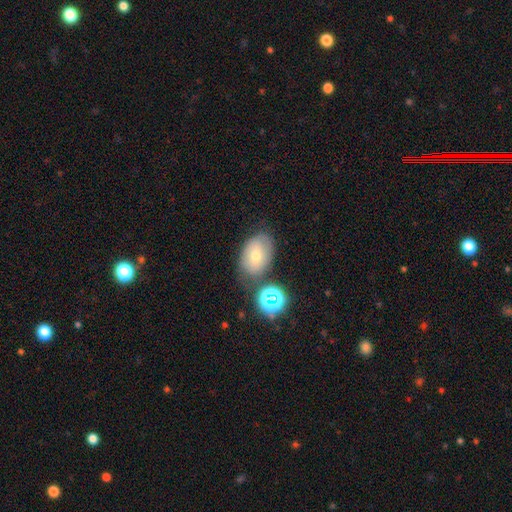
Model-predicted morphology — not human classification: smooth 55%, featured or disk 29%, star or artifact 16%. Down the decision tree: how rounded — in between (80%); merging — none (69%).